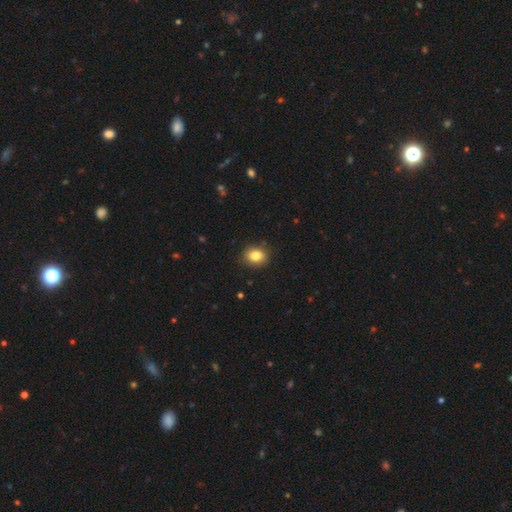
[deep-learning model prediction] The model was most divided on "how rounded": round: 56%, in between: 43%, cigar-shaped: 1%. More confident: merging — none (88%); smooth or featured — smooth (83%).